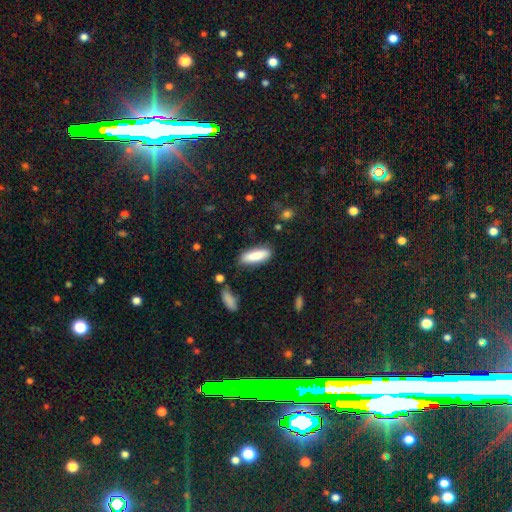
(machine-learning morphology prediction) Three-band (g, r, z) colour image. It shows a smooth galaxy with no disk features (84%) that is in between round and cigar-shaped (51%). Merging: none (79%).